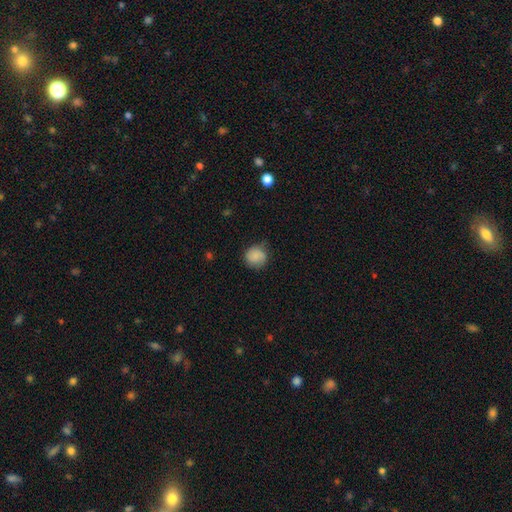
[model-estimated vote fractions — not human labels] Morphology: type=smooth (84%); roundness=round (88%); merging=none (71%).